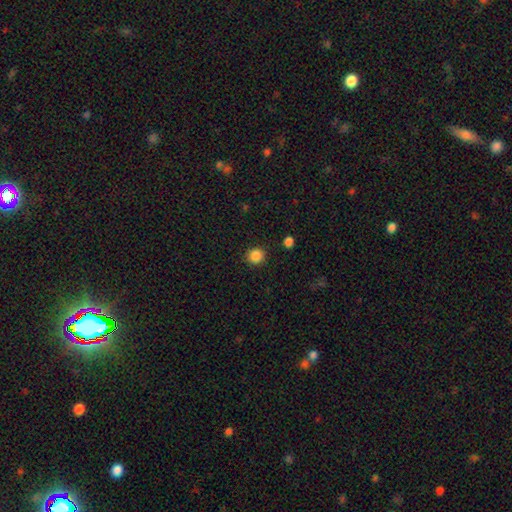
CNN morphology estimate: Smooth or featured?
  - smooth: 86% *
  - star or artifact: 10%
  - featured or disk: 3%
How rounded?
  - round: 89% *
  - in between: 10%
  - cigar-shaped: 1%
Merging?
  - none: 89% *
  - minor disturbance: 7%
  - major disturbance: 2%
  - merger: 2%